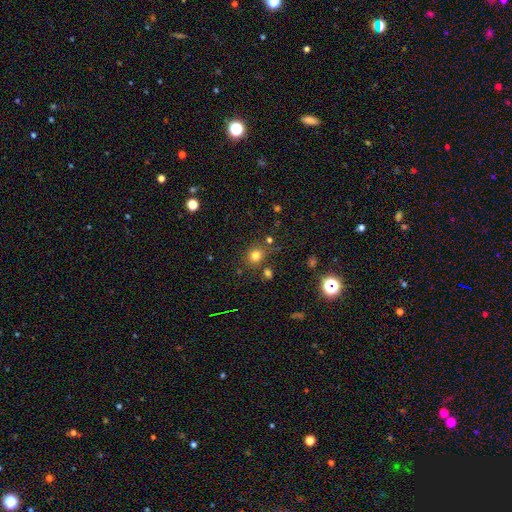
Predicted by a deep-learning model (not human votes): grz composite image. It shows a smooth galaxy with no disk features (76%) that is round (78%). Merging: none (74%).